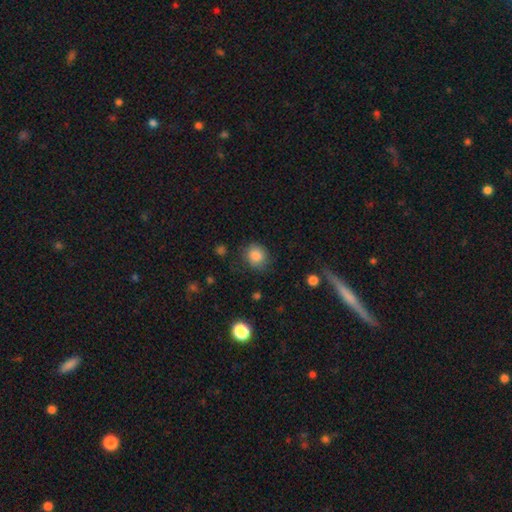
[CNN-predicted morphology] smooth 85%, star or artifact 10%, featured or disk 5%. Down the decision tree: how rounded — round (78%); merging — none (78%).